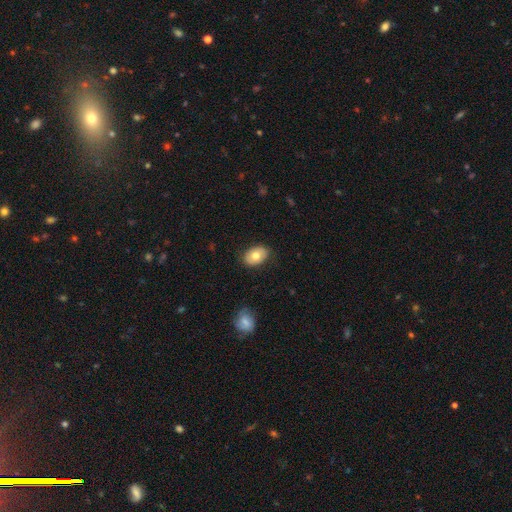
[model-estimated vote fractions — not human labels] Morphology: type=smooth (75%); roundness=in between (84%); merging=none (85%).